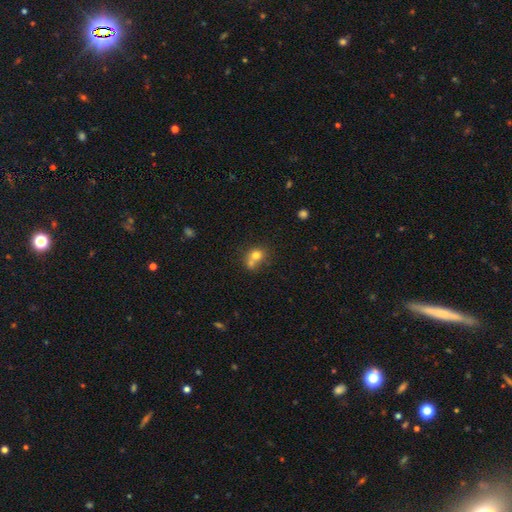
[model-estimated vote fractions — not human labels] The model was most divided on "merging": merger: 49%, none: 36%, minor disturbance: 10%, major disturbance: 5%. More confident: smooth or featured — smooth (72%); how rounded — round (71%).